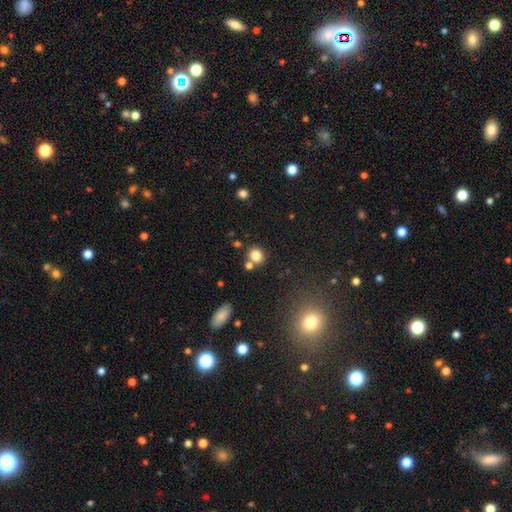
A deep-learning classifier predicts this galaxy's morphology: Smooth or featured? smooth (81%)
How rounded? round (81%)
Merging? none (67%)